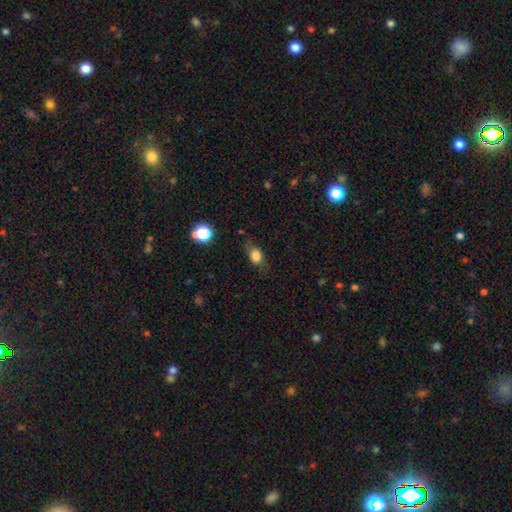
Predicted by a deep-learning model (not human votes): Morphology: type=smooth (78%); roundness=in between (69%); merging=none (65%).